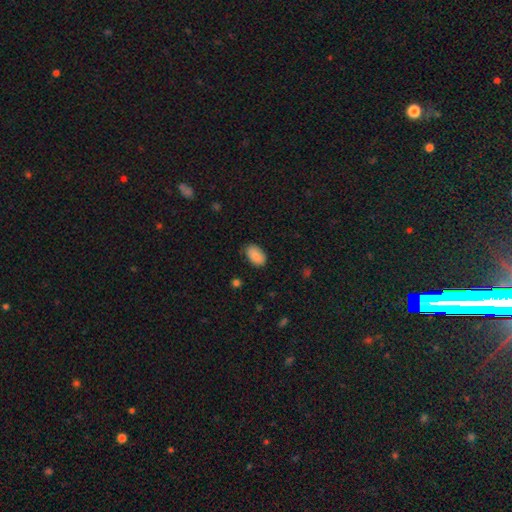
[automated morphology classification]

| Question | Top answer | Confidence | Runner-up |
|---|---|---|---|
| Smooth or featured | smooth | 87% | star or artifact (7%) |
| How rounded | in between | 92% | round (6%) |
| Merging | none | 79% | minor disturbance (16%) |